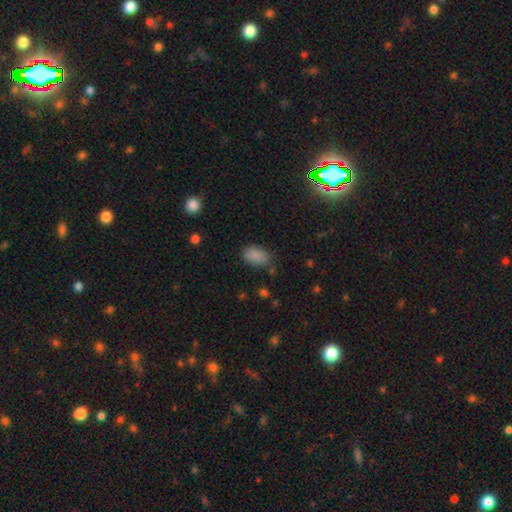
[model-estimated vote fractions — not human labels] Morphology: type=smooth (86%); roundness=in between (90%); merging=none (75%).